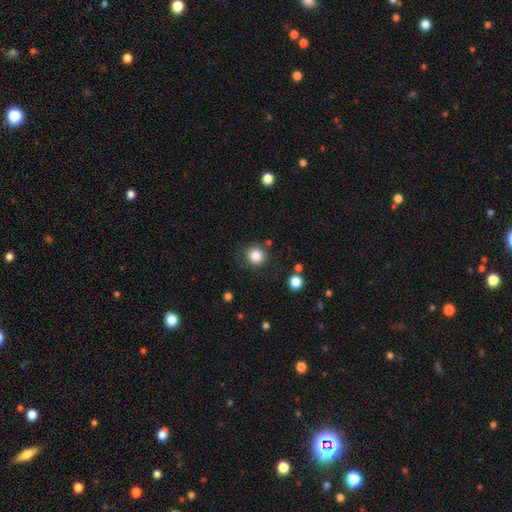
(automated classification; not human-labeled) smooth-or-featured: smooth: 83% | star or artifact: 11% | featured or disk: 6%
  how-rounded: round: 90% | in between: 9% | cigar-shaped: 1%
  merging: none: 82% | minor disturbance: 11% | major disturbance: 4% | merger: 3%